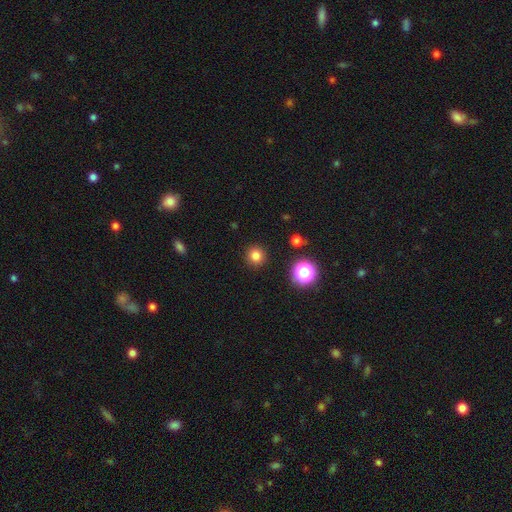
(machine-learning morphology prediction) smooth_or_featured: smooth (p=0.80) [alt: star or artifact p=0.15]
how_rounded: round (p=0.94) [alt: in between p=0.05]
merging: none (p=0.91) [alt: minor disturbance p=0.05]